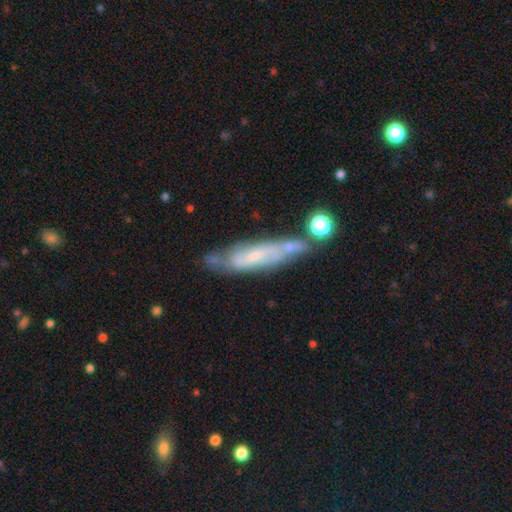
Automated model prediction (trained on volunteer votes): smooth-or-featured: featured or disk: 61% | smooth: 30% | star or artifact: 8%
  disk-edge-on: no: 67% | yes: 33%
  merging: none: 50% | minor disturbance: 24% | merger: 16% | major disturbance: 10%